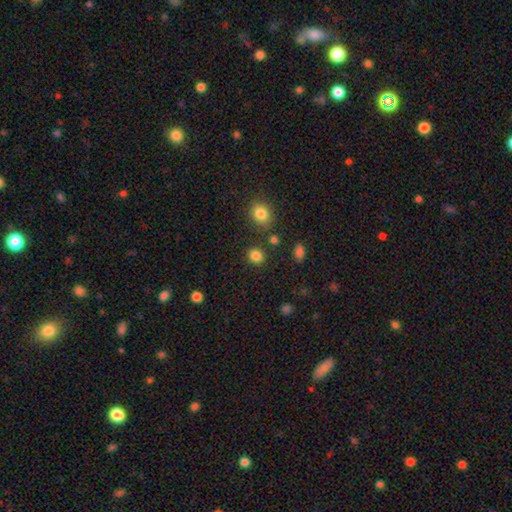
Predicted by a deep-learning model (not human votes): smooth 84%, star or artifact 11%, featured or disk 5%. Down the decision tree: how rounded — round (83%); merging — none (86%).